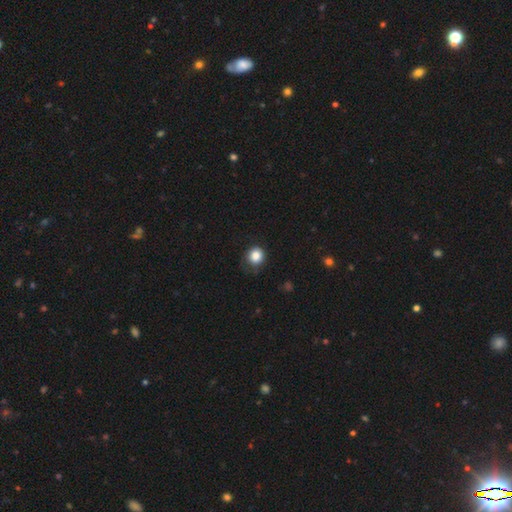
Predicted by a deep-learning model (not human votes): Smooth or featured?
  - smooth: 85% *
  - star or artifact: 10%
  - featured or disk: 5%
How rounded?
  - round: 87% *
  - in between: 12%
  - cigar-shaped: 1%
Merging?
  - none: 73% *
  - minor disturbance: 20%
  - major disturbance: 6%
  - merger: 1%